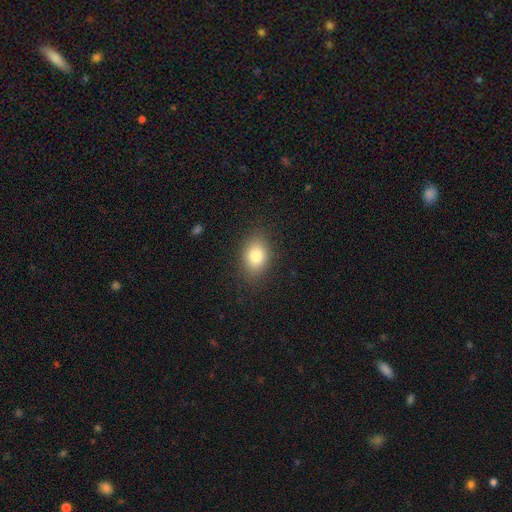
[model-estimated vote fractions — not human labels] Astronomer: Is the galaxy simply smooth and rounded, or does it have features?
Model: smooth — 81%.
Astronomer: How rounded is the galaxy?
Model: in between — 75%.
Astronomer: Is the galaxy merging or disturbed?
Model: none — 85%.